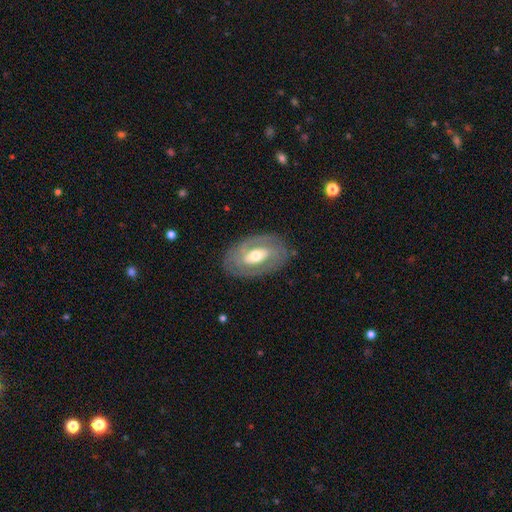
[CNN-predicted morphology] Smooth or featured?
  - featured or disk: 70% *
  - smooth: 25%
  - star or artifact: 5%
Edge-on disk?
  - no: 92% *
  - yes: 8%
Bar?
  - no: 41% *
  - weak: 34%
  - strong: 25%
Spiral arms?
  - yes: 54% *
  - no: 46%
Bulge size?
  - moderate: 65% *
  - small: 19%
  - large: 13%
  - dominant: 1%
  - none: 1%
Merging?
  - none: 80% *
  - minor disturbance: 13%
  - major disturbance: 6%
  - merger: 1%